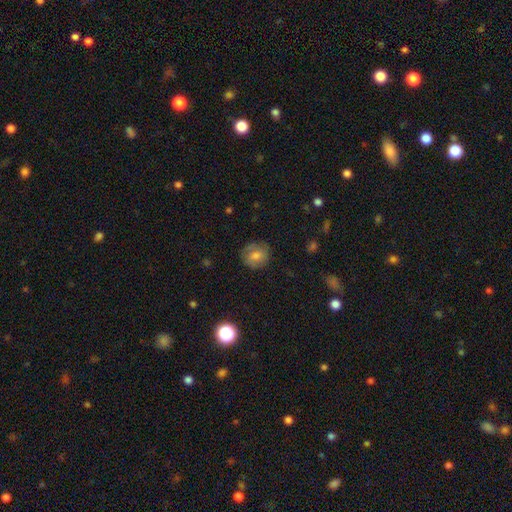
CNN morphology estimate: smooth 64%, featured or disk 24%, star or artifact 11%. Down the decision tree: how rounded — round (82%); merging — none (77%).